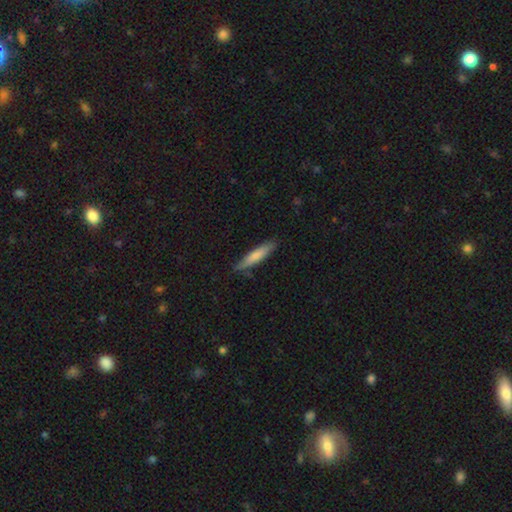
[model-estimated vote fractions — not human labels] The model was most divided on "smooth or featured": smooth: 73%, featured or disk: 21%, star or artifact: 6%. More confident: how rounded — cigar-shaped (85%); merging — none (80%).